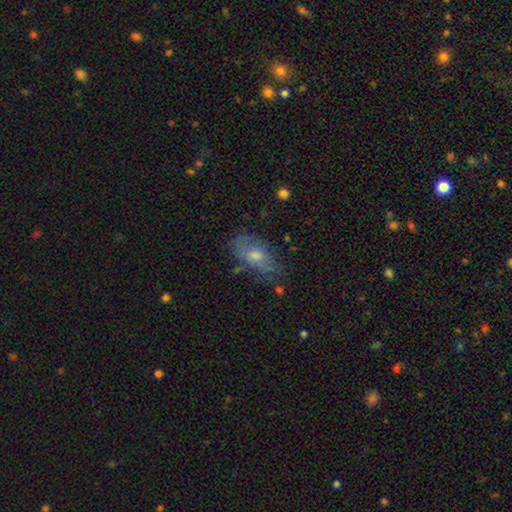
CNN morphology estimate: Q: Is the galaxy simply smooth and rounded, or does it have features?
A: smooth — 53%.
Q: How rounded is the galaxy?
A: in between — 87%.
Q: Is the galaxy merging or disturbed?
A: none — 59%.